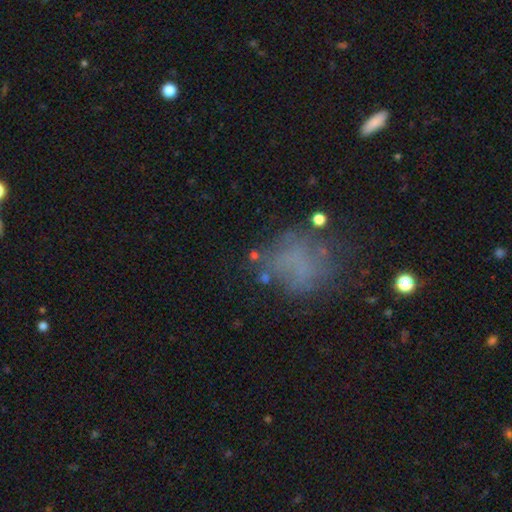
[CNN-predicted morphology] Smooth or featured: smooth — 47% (featured or disk — 30%)
Merging: none — 54% (minor disturbance — 20%)